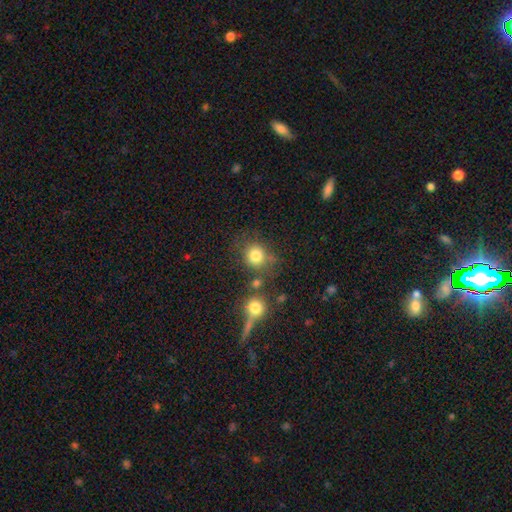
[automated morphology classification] A smooth galaxy with no disk features (80%) that is round (84%).

Vote fractions:
- Smooth or featured? smooth: 80% / star or artifact: 12% / featured or disk: 7%
- How rounded? round: 84% / in between: 15% / cigar-shaped: 1%
- Merging? none: 67% / merger: 15% / minor disturbance: 12% / major disturbance: 6%